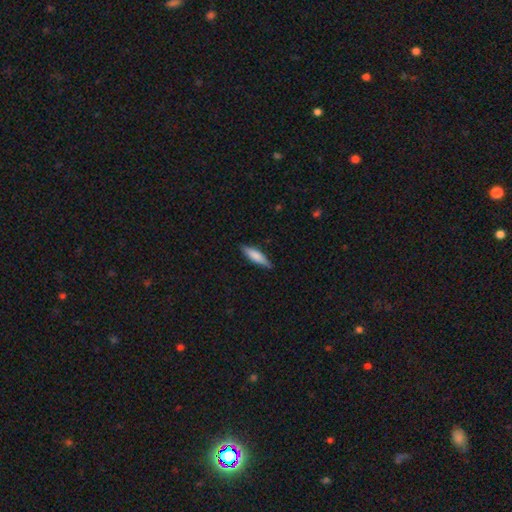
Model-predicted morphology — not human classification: type=smooth (71%); roundness=cigar-shaped (68%); merging=none (84%).